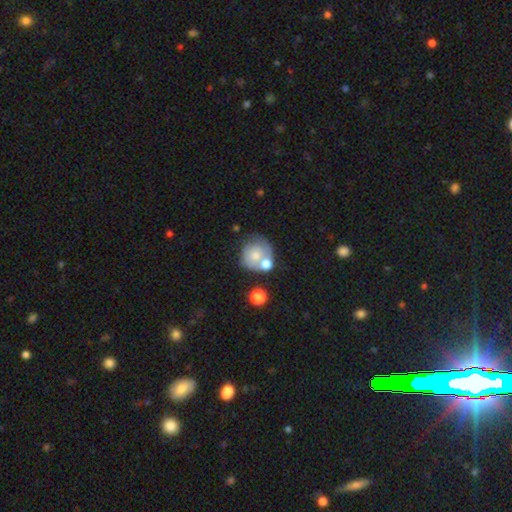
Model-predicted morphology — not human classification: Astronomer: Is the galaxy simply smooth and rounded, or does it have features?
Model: smooth — 57% (runner-up: featured or disk, 33%).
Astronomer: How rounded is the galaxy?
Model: round — 80%.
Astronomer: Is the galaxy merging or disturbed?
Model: none — 40% (runner-up: merger, 27%).